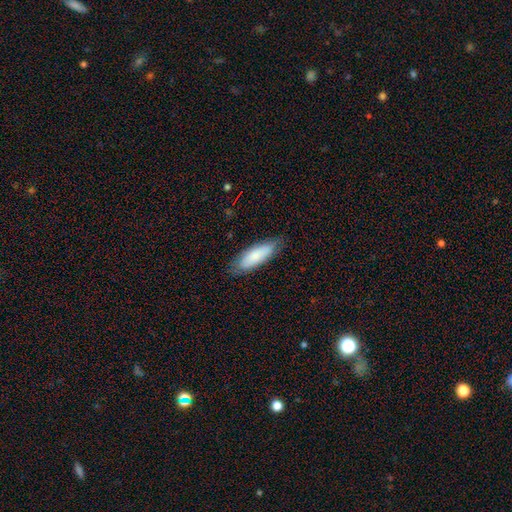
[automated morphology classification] smooth 79%, featured or disk 15%, star or artifact 6%. Down the decision tree: how rounded — in between (60%); merging — none (79%).